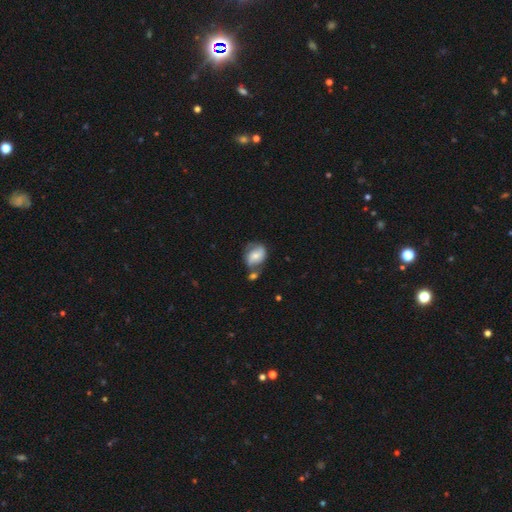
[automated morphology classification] This appears to be a smooth galaxy with no disk features (47%). Merging: none (41%).